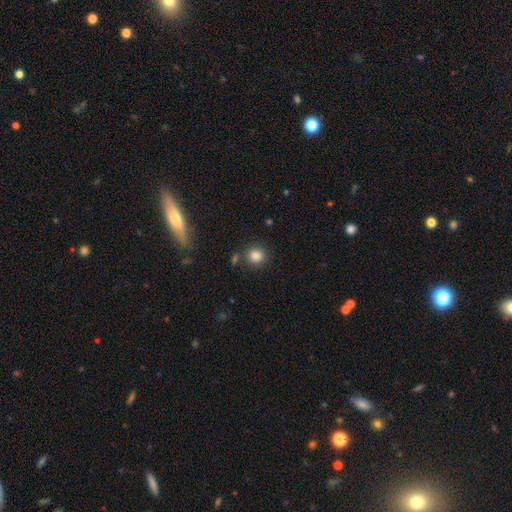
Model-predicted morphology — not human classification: Smooth or featured? smooth (84%)
How rounded? round (87%)
Merging? none (81%)